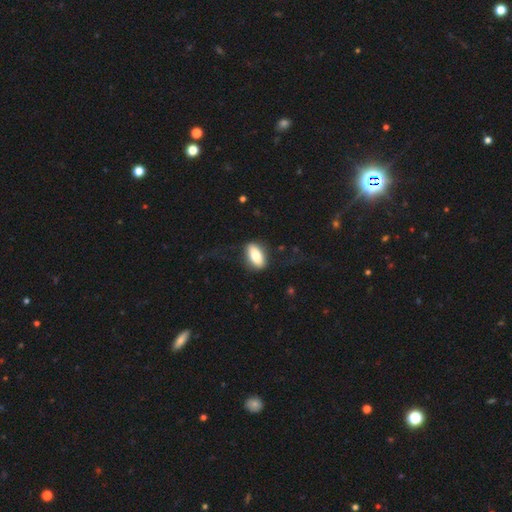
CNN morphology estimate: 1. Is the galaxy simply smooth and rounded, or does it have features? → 78% smooth, 16% featured or disk, 6% star or artifact.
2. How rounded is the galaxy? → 86% in between, 10% cigar-shaped, 4% round.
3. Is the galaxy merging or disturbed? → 74% none, 14% minor disturbance, 10% major disturbance, 1% merger.